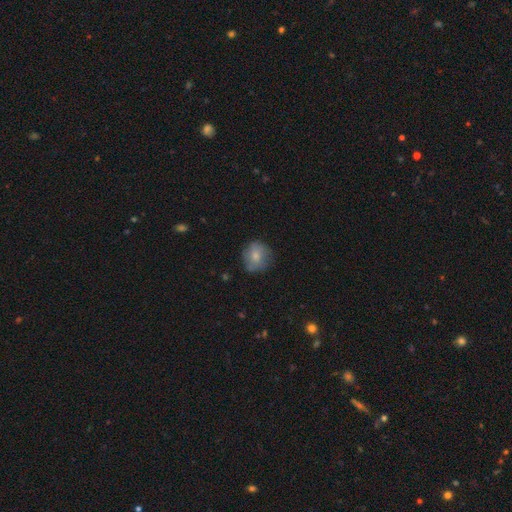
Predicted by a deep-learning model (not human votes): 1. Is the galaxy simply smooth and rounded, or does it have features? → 74% smooth, 18% featured or disk, 8% star or artifact.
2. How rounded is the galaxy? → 79% round, 20% in between, 1% cigar-shaped.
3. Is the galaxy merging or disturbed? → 73% none, 20% minor disturbance, 5% major disturbance, 1% merger.